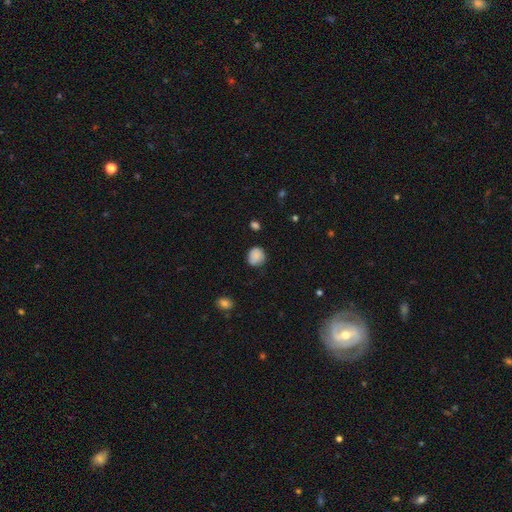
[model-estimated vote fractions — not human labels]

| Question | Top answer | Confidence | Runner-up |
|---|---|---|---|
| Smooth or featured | smooth | 85% | star or artifact (9%) |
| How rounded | round | 79% | in between (20%) |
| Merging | none | 75% | minor disturbance (19%) |